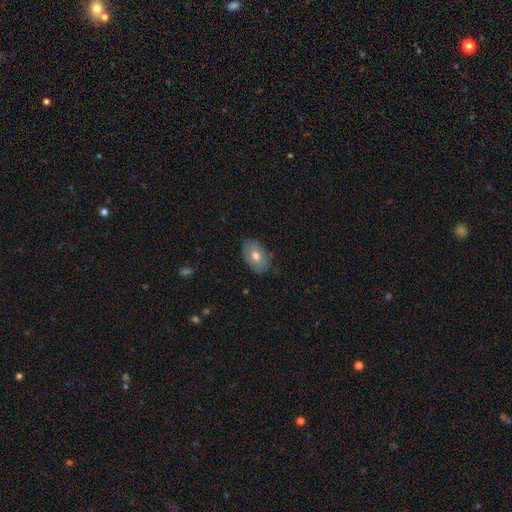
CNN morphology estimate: Smooth or featured? Predicted: smooth (p=0.68). How rounded? Predicted: in between (p=0.90). Merging? Predicted: none (p=0.78).